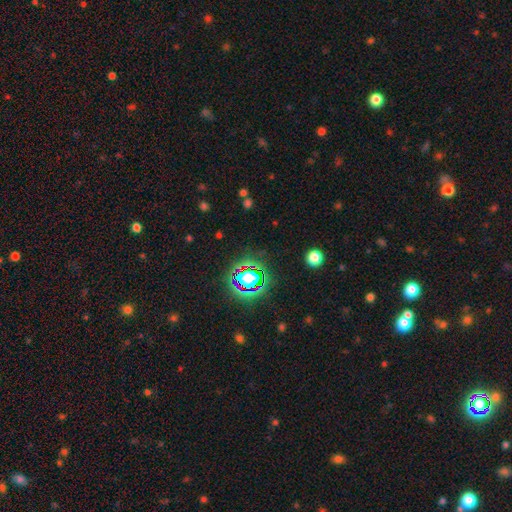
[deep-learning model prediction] smooth_or_featured: star or artifact (p=0.80) [alt: smooth p=0.12]